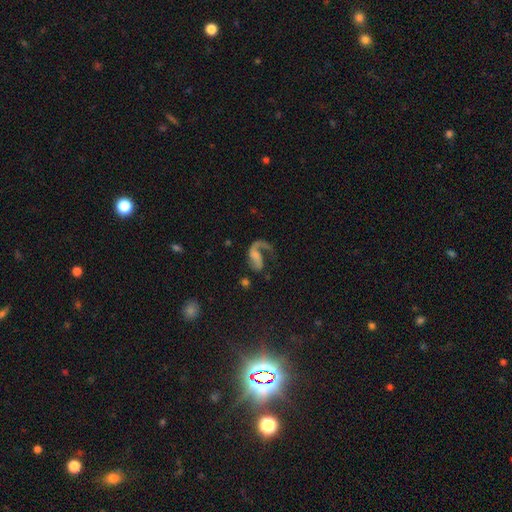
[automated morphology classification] A featured or disk galaxy (73%) with no bar (53%), 1 (60%) loose (66%) spiral arms (88%) and no central bulge (48%). Merging: major disturbance (45%).